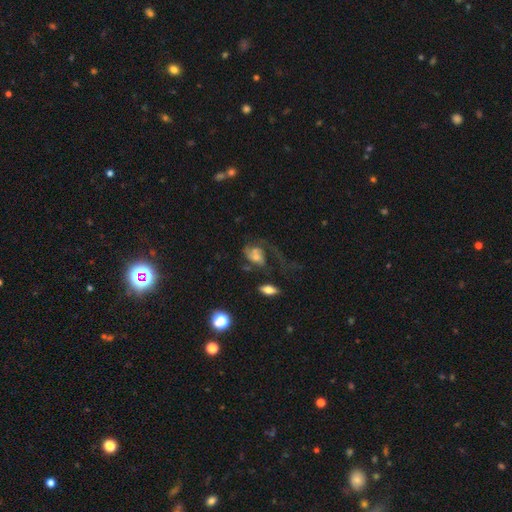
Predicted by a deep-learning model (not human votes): Smooth or featured: featured or disk — 66% (smooth — 25%)
Edge-on disk: no — 96% (yes — 4%)
Bar: no — 69% (weak — 25%)
Spiral arms: yes — 81% (no — 19%)
Spiral winding: loose — 42% (medium — 39%)
Spiral arm count: 2 — 39% (1 — 33%)
Bulge size: small — 40% (moderate — 38%)
Merging: major disturbance — 46% (none — 28%)